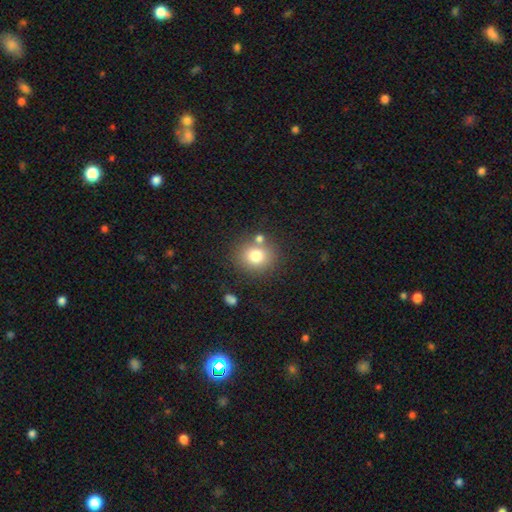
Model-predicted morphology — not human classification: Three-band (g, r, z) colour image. It shows a smooth galaxy with no disk features (77%) that is round (83%). Merging: none (75%).